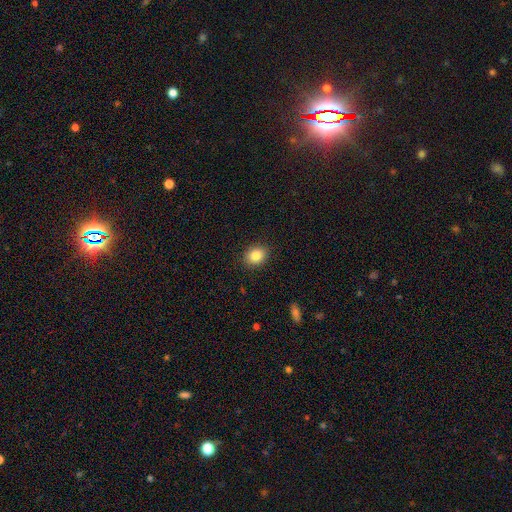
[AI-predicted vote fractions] Smooth or featured?
  - smooth: 84% *
  - star or artifact: 9%
  - featured or disk: 6%
How rounded?
  - in between: 51% *
  - round: 48%
  - cigar-shaped: 1%
Merging?
  - none: 89% *
  - minor disturbance: 8%
  - major disturbance: 2%
  - merger: 1%